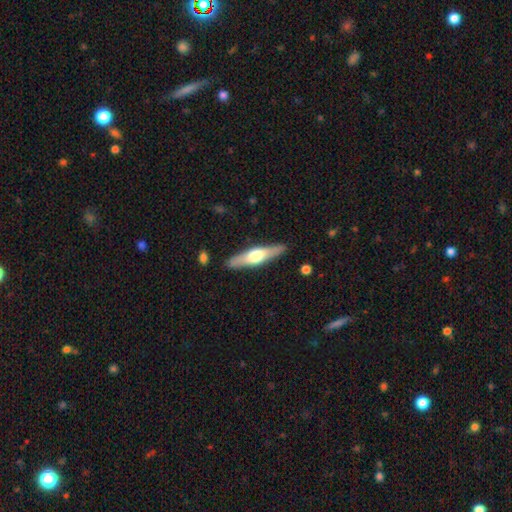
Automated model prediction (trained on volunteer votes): smooth-or-featured: featured or disk: 56% | smooth: 39% | star or artifact: 5%
  disk-edge-on: yes: 93% | no: 7%
    edge-on-bulge: rounded: 90% | boxy: 7% | none: 3%
  merging: none: 88% | minor disturbance: 8% | major disturbance: 2% | merger: 2%